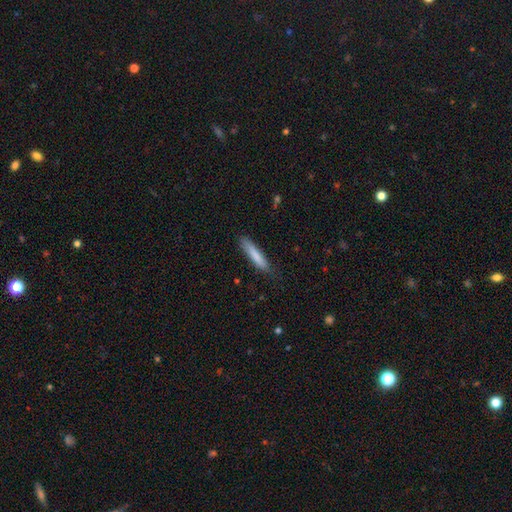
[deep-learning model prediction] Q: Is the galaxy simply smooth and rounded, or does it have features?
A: smooth — 81%.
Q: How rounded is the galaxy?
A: cigar-shaped — 87%.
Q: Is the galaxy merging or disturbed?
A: none — 79%.